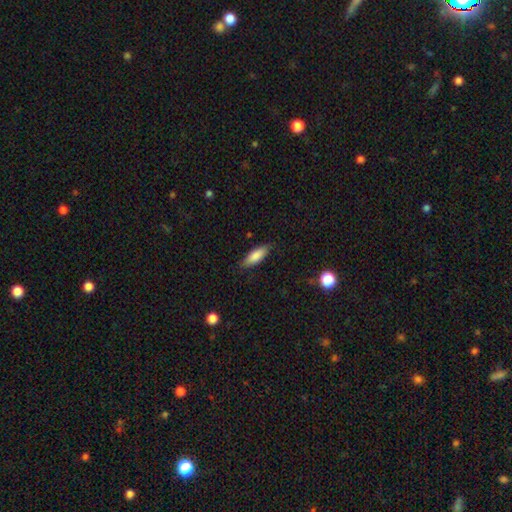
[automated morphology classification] Smooth or featured: smooth — 82% (featured or disk — 12%)
How rounded: in between — 61% (cigar-shaped — 37%)
Merging: none — 83% (minor disturbance — 13%)